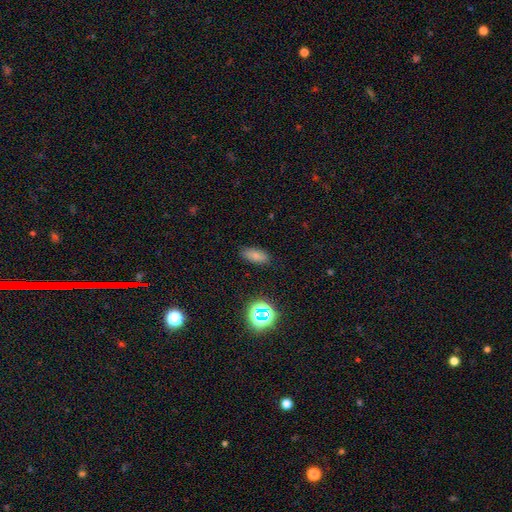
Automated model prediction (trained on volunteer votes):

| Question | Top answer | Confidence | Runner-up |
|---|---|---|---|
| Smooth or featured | smooth | 74% | star or artifact (16%) |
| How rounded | in between | 83% | cigar-shaped (12%) |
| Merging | none | 84% | minor disturbance (11%) |